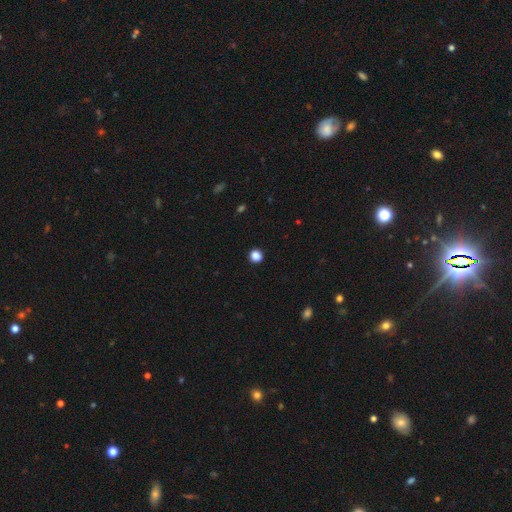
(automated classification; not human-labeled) This appears to be a smooth galaxy with no disk features (86%) that is round (89%). Merging: none (92%).